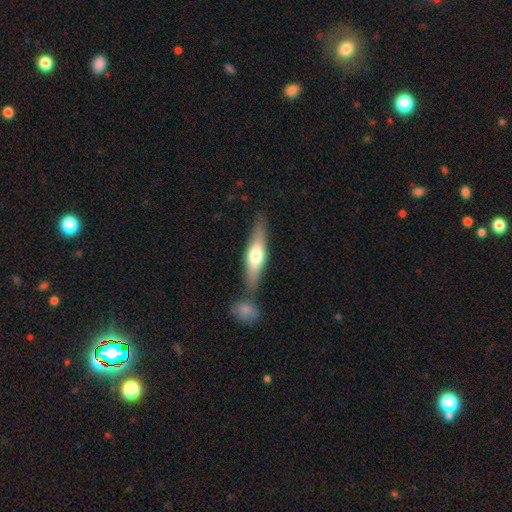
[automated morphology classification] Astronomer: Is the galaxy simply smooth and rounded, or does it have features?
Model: smooth — 50% (runner-up: featured or disk, 45%).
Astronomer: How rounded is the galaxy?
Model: cigar-shaped — 69%.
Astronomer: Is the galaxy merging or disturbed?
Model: none — 72%.